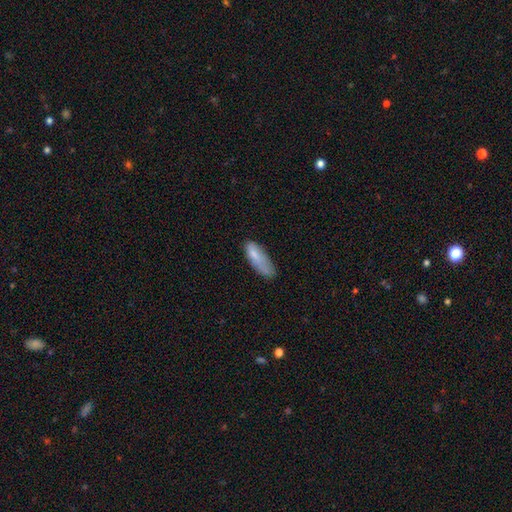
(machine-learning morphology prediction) The model was most divided on "merging": none: 46%, minor disturbance: 36%, major disturbance: 15%, merger: 3%. More confident: smooth or featured — smooth (78%); how rounded — in between (63%).